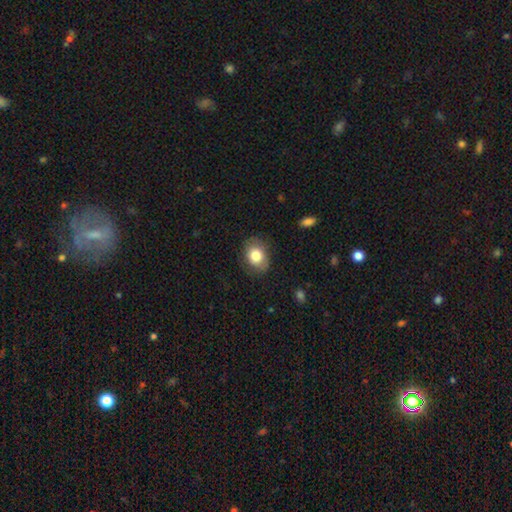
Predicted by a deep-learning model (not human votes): A smooth galaxy with no disk features (79%) that is in between round and cigar-shaped (61%). Merging: none (80%).